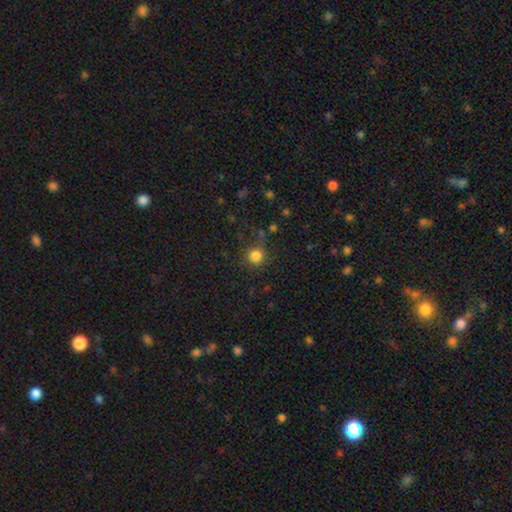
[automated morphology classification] Smooth or featured? Predicted: smooth (p=0.82). How rounded? Predicted: round (p=0.93). Merging? Predicted: none (p=0.82).